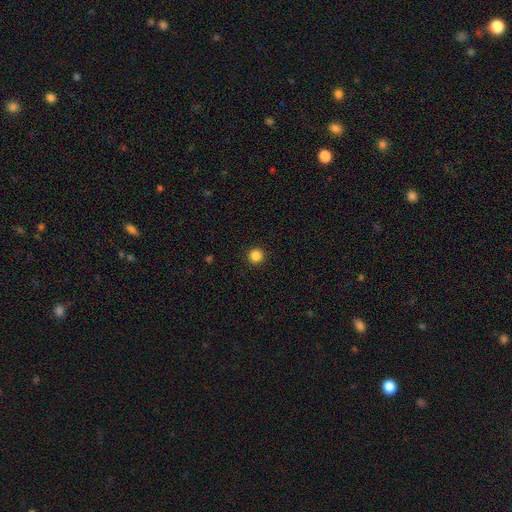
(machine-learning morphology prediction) A smooth galaxy with no disk features (86%) that is round (96%). Merging: none (93%).